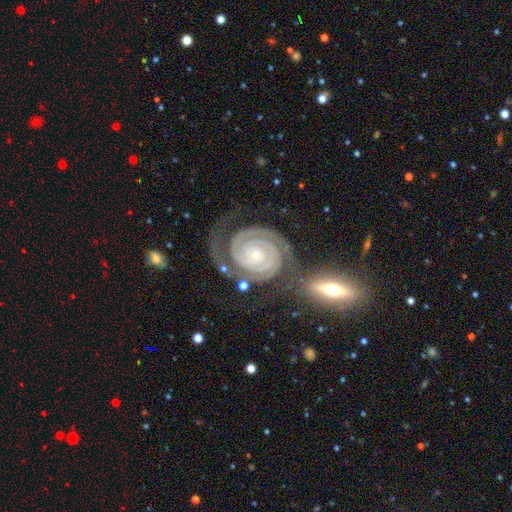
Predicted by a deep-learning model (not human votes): A featured or disk galaxy (92%) with no bar (75%), 2 (84%) tight (87%) spiral arms (99%) and a small central bulge (79%).

Vote fractions:
- Smooth or featured? featured or disk: 92% / star or artifact: 4% / smooth: 3%
- Edge-on disk? no: 98% / yes: 2%
- Bar? no: 75% / weak: 16% / strong: 9%
- Spiral arms? yes: 99% / no: 1%
- Spiral winding? tight: 87% / medium: 11% / loose: 2%
- Spiral arm count? 2: 84% / 3: 6% / can't tell: 4% / 4: 2% / 1: 2% / more than 4: 2%
- Bulge size? small: 79% / moderate: 17% / none: 1% / large: 1% / dominant: 1%
- Merging? none: 68% / minor disturbance: 14% / merger: 10% / major disturbance: 8%